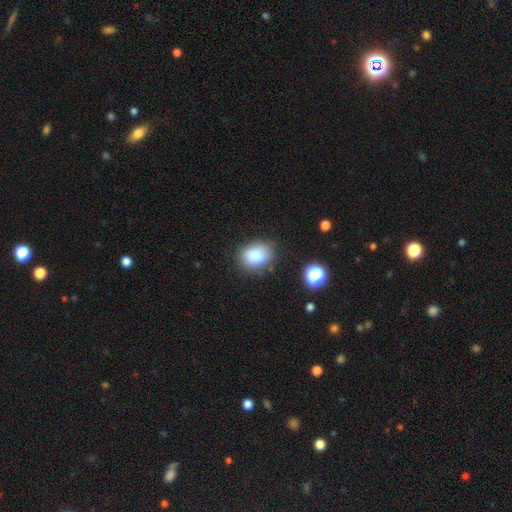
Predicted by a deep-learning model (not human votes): Smooth or featured? Predicted: smooth (p=0.84). How rounded? Predicted: in between (p=0.69). Merging? Predicted: none (p=0.74).